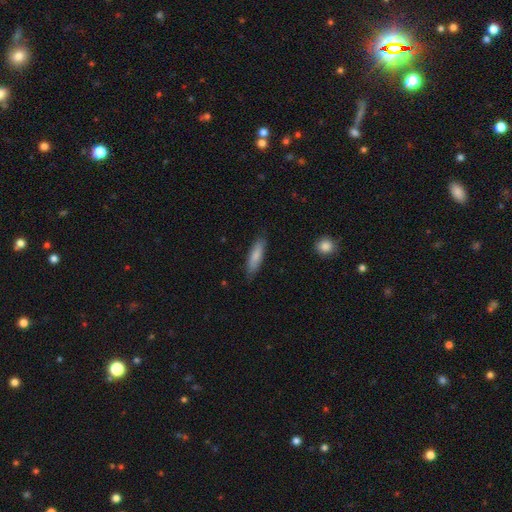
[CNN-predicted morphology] smooth-or-featured: smooth: 82% | featured or disk: 13% | star or artifact: 6%
  how-rounded: cigar-shaped: 62% | in between: 36% | round: 1%
  merging: none: 84% | minor disturbance: 12% | major disturbance: 2% | merger: 1%